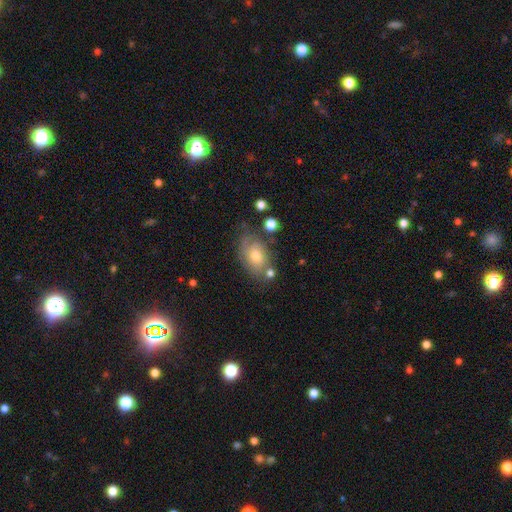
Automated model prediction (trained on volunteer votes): A featured or disk galaxy (47%). Merging: none (60%).